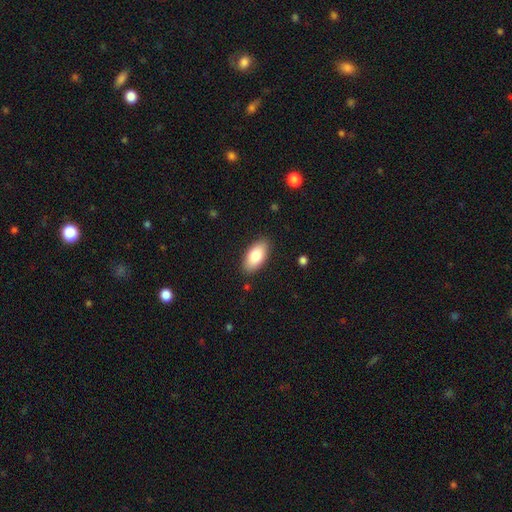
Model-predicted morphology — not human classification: Smooth or featured: smooth — 82% (featured or disk — 12%)
How rounded: in between — 92% (cigar-shaped — 6%)
Merging: none — 87% (minor disturbance — 9%)